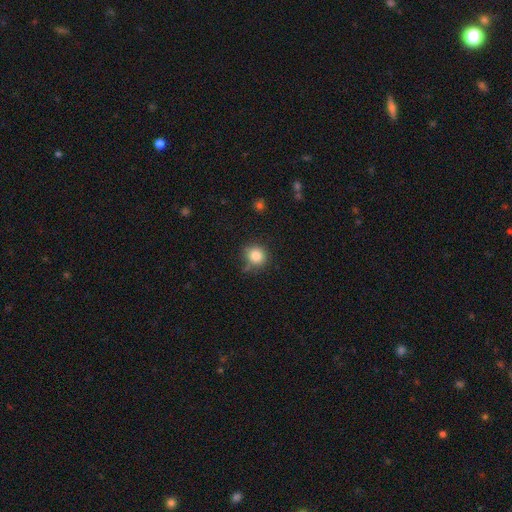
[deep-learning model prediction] Smooth or featured?
  - smooth: 84% *
  - star or artifact: 10%
  - featured or disk: 6%
How rounded?
  - round: 88% *
  - in between: 11%
  - cigar-shaped: 1%
Merging?
  - none: 73% *
  - minor disturbance: 17%
  - merger: 5%
  - major disturbance: 4%